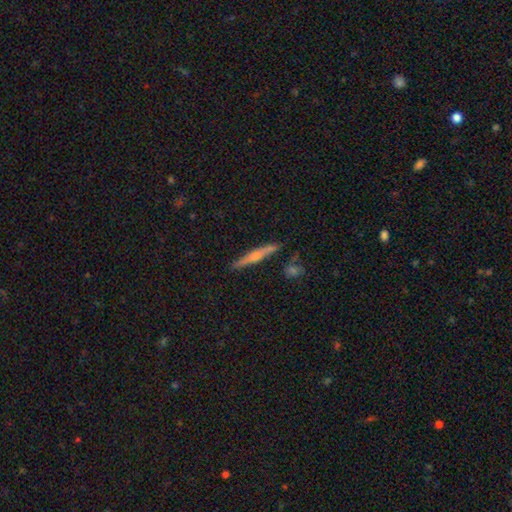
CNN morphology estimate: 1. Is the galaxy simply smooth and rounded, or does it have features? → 67% featured or disk, 26% smooth, 6% star or artifact.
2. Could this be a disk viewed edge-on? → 97% yes, 3% no.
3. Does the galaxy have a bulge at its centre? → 84% rounded, 10% none, 6% boxy.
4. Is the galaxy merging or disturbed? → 87% none, 9% minor disturbance, 3% merger, 2% major disturbance.